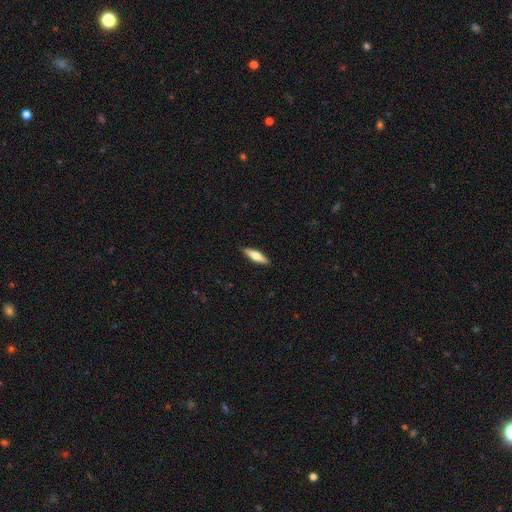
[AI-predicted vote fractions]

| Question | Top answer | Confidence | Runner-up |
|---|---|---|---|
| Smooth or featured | smooth | 62% | featured or disk (33%) |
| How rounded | cigar-shaped | 63% | in between (35%) |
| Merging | none | 90% | minor disturbance (7%) |